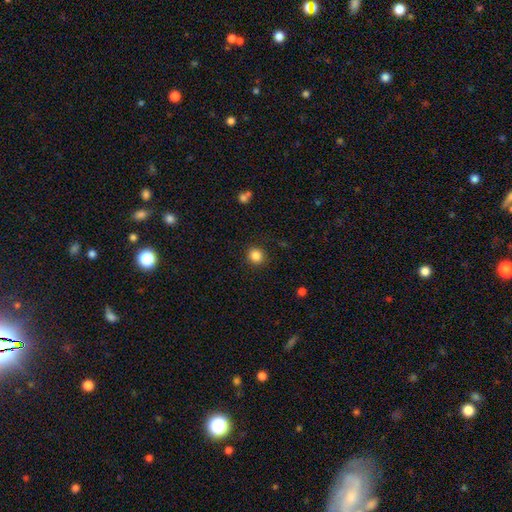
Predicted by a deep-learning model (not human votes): Morphology: type=smooth (85%); roundness=round (90%); merging=none (90%).